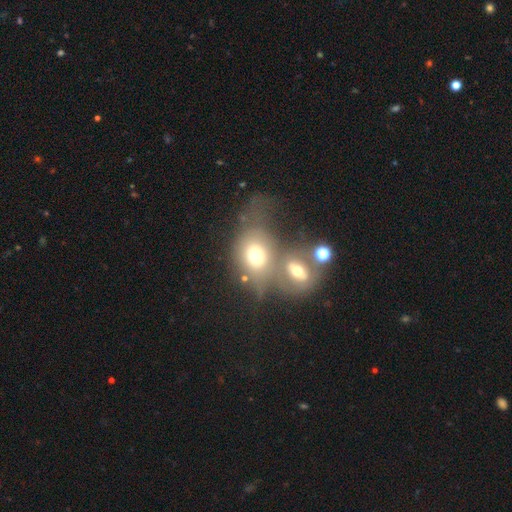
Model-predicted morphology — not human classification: Smooth or featured: smooth — 63% (featured or disk — 24%)
How rounded: in between — 55% (round — 43%)
Merging: merger — 53% (none — 24%)